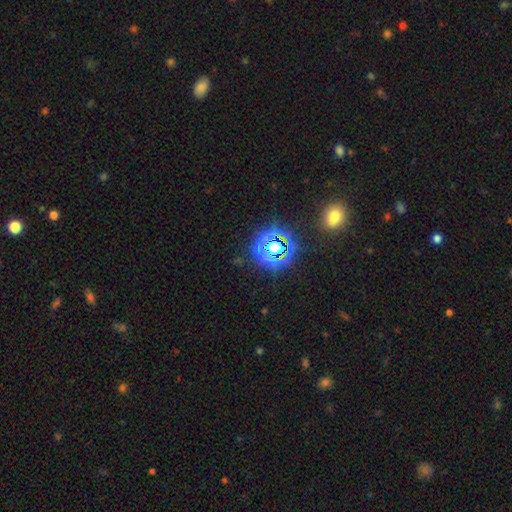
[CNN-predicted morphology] Smooth or featured? Predicted: star or artifact (p=0.77).